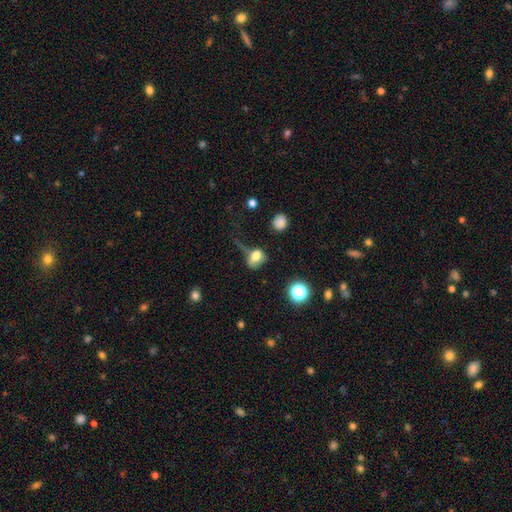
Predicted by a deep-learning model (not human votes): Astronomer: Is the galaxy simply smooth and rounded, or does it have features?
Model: smooth — 68%.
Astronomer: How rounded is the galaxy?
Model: in between — 54% (runner-up: round, 43%).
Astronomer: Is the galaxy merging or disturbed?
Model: major disturbance — 43% (runner-up: none, 26%).